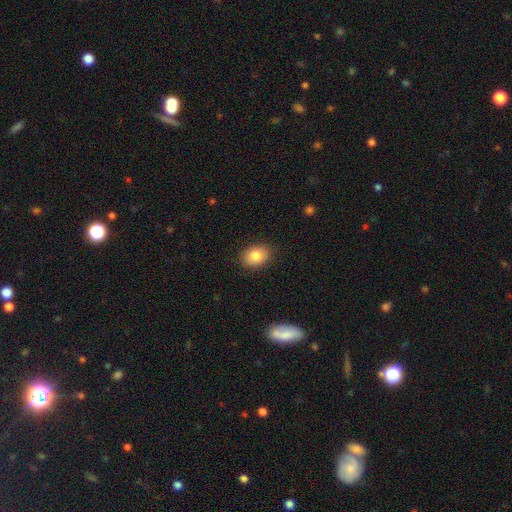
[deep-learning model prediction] This is clearly a smooth galaxy (84%). How rounded: likely in between (67%). Merging: clearly none (88%).